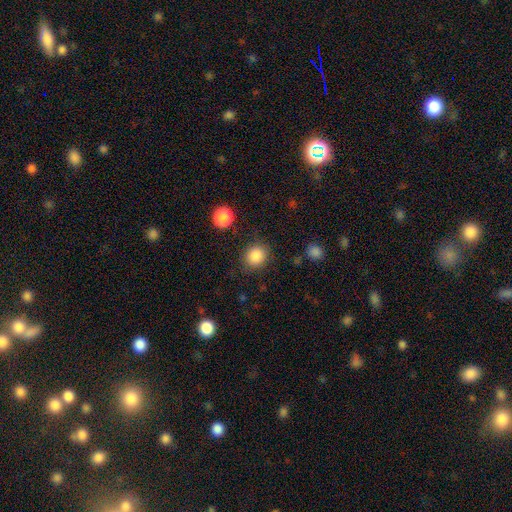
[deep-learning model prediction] Morphology: type=smooth (86%); roundness=round (79%); merging=none (85%).